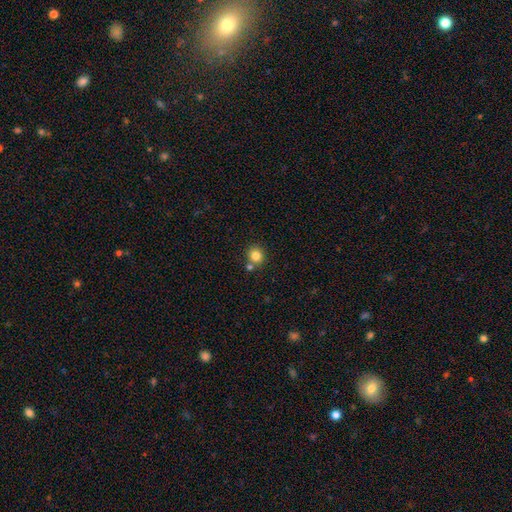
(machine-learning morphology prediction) Overall: smooth (83%). How rounded: round (89%). Merging: none (72%).